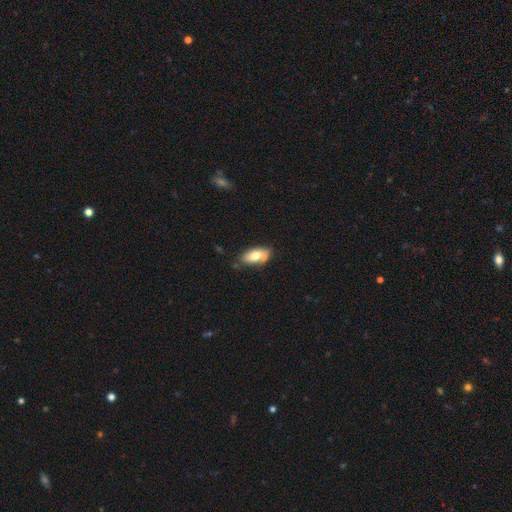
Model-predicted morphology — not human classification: Smooth or featured? smooth (71%)
How rounded? in between (90%)
Merging? none (61%)